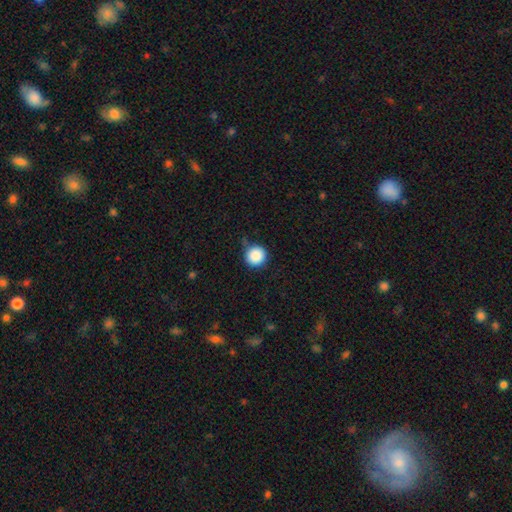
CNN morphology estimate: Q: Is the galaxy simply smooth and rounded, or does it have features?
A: smooth — 88%.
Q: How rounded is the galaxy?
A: round — 95%.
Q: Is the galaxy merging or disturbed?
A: none — 81%.